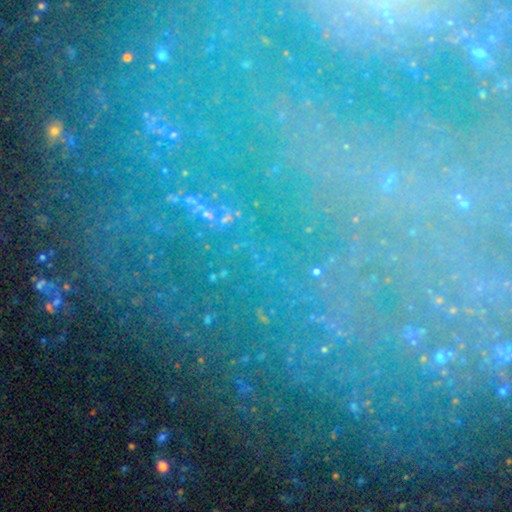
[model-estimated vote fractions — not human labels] Smooth or featured? Predicted: star or artifact (p=0.76).